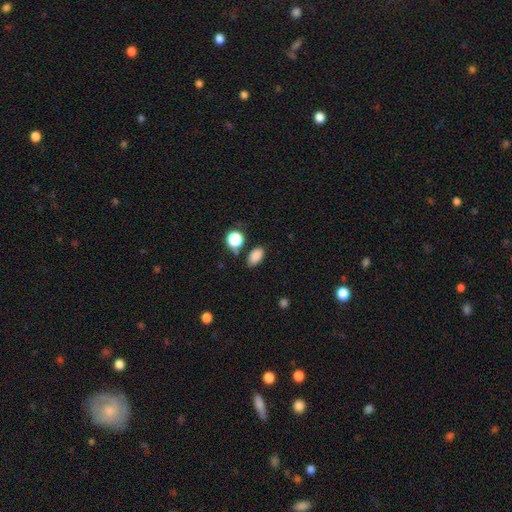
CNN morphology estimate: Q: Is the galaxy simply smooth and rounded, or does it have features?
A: smooth — 85%.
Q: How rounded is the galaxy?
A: in between — 87%.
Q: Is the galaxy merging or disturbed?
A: none — 78%.